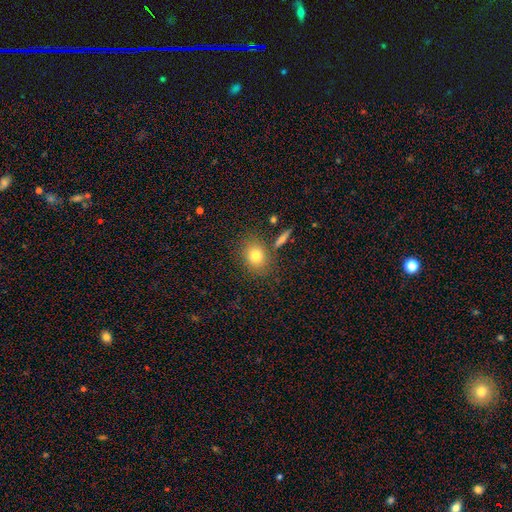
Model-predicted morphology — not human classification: Smooth or featured? Predicted: smooth (p=0.78). How rounded? Predicted: round (p=0.61). Merging? Predicted: none (p=0.76).